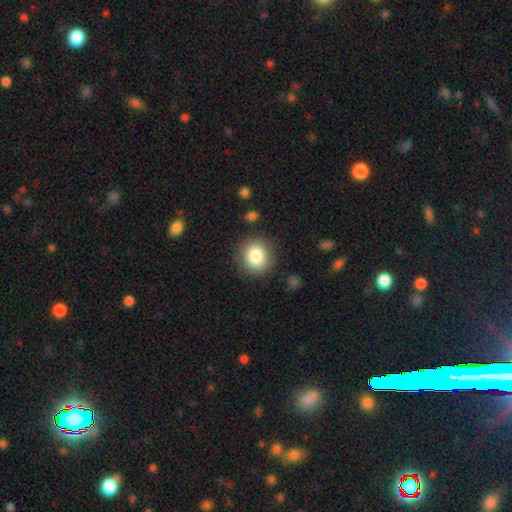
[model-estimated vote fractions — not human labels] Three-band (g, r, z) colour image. It shows a smooth galaxy with no disk features (82%) that is round (83%). Merging: none (87%).